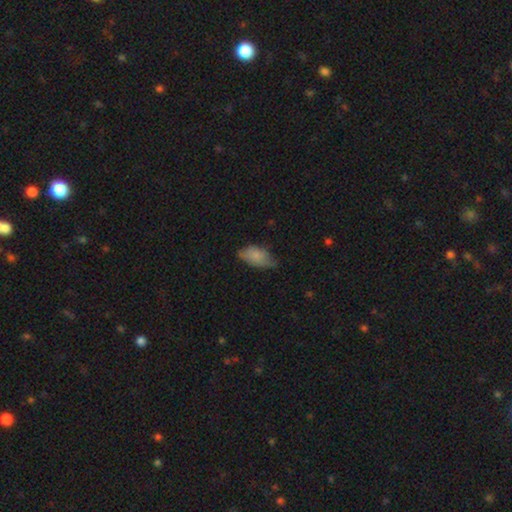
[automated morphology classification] This appears to be a smooth galaxy with no disk features (80%) that is in between round and cigar-shaped (93%). Merging: none (52%).